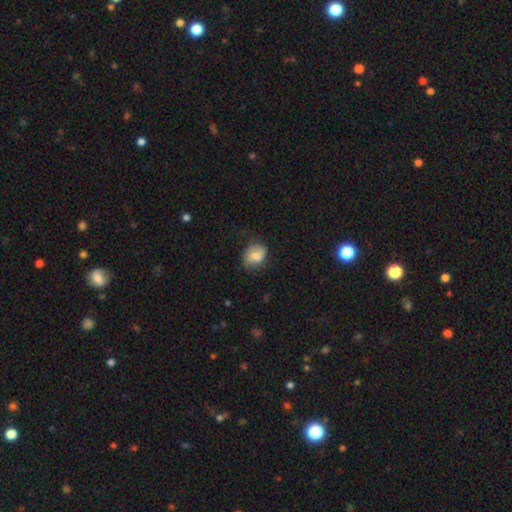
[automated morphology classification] Smooth or featured?
  - smooth: 61% *
  - featured or disk: 31%
  - star or artifact: 8%
How rounded?
  - in between: 53% *
  - round: 46%
  - cigar-shaped: 1%
Merging?
  - none: 59% *
  - minor disturbance: 28%
  - major disturbance: 12%
  - merger: 2%